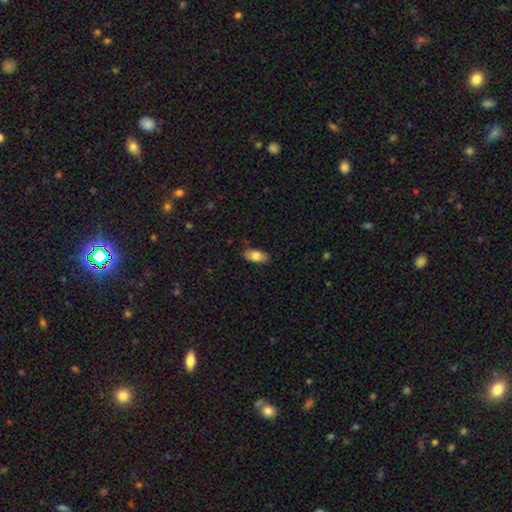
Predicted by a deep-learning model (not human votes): Q: Smooth or featured?
A: smooth (79%); runner-up: featured or disk (14%)
Q: How rounded?
A: in between (90%); runner-up: cigar-shaped (7%)
Q: Merging?
A: none (85%); runner-up: minor disturbance (11%)